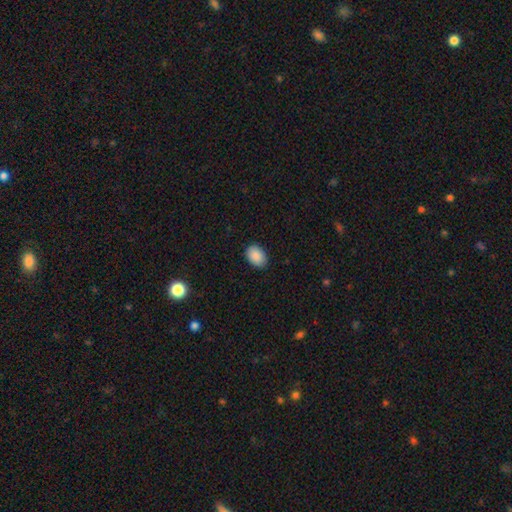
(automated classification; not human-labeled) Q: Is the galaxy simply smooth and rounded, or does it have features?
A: smooth — 90%.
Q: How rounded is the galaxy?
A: in between — 83%.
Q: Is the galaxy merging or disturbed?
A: none — 84%.